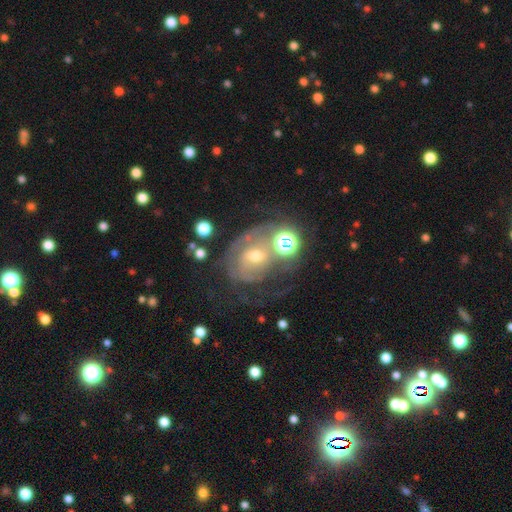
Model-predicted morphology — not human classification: Smooth or featured? Predicted: featured or disk (p=0.70). Edge-on disk? Predicted: no (p=0.96). Bar? Predicted: no (p=0.55). Spiral arms? Predicted: yes (p=0.77). Spiral winding? Predicted: tight (p=0.51). Spiral arm count? Predicted: can't tell (p=0.43). Bulge size? Predicted: moderate (p=0.51). Merging? Predicted: none (p=0.41).